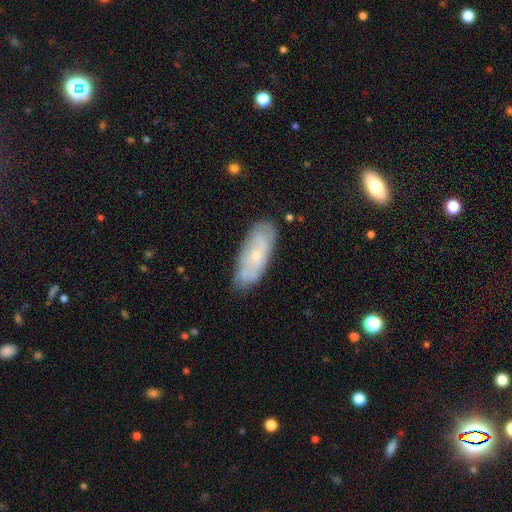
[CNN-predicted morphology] Smooth or featured: featured or disk — 53% (smooth — 40%)
Edge-on disk: no — 84% (yes — 16%)
Merging: none — 74% (minor disturbance — 19%)